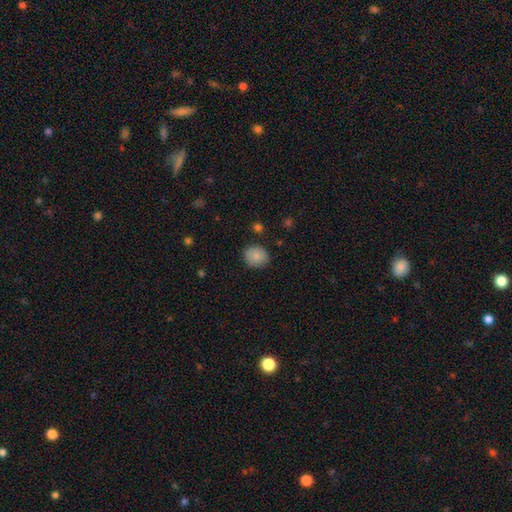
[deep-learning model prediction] Morphology: type=smooth (85%); roundness=round (77%); merging=none (85%).